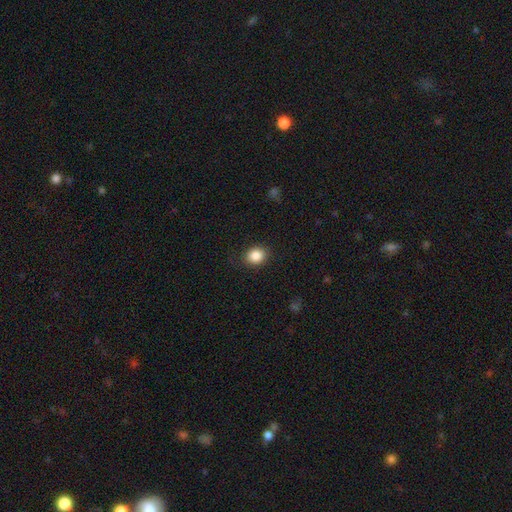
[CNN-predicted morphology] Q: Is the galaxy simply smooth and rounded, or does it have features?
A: smooth — 87%.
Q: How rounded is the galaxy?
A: round — 64%.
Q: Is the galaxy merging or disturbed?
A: none — 87%.